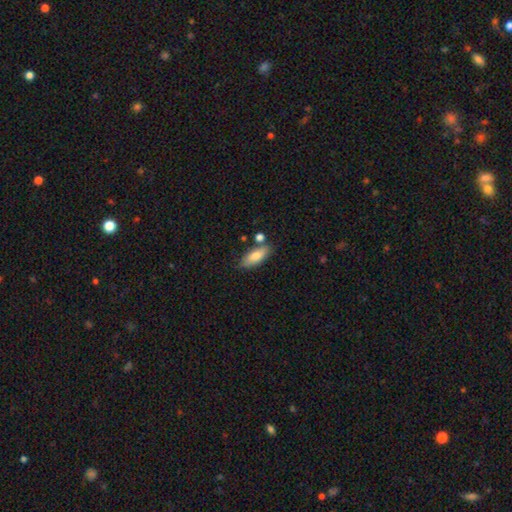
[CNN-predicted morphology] type=smooth (77%); roundness=in between (74%); merging=none (74%).